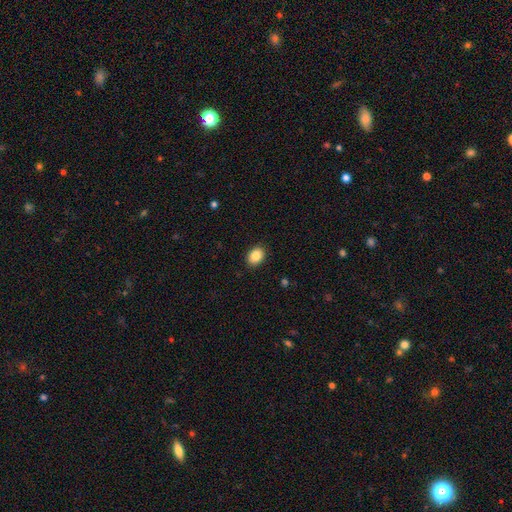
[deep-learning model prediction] Smooth or featured: smooth — 86% (star or artifact — 8%)
How rounded: in between — 67% (round — 32%)
Merging: none — 89% (minor disturbance — 8%)